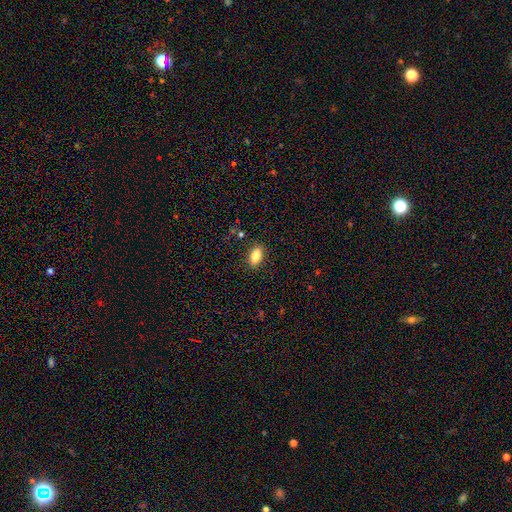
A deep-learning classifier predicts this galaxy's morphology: Q: Smooth or featured?
A: smooth (83%); runner-up: featured or disk (9%)
Q: How rounded?
A: in between (88%); runner-up: cigar-shaped (7%)
Q: Merging?
A: none (88%); runner-up: minor disturbance (9%)